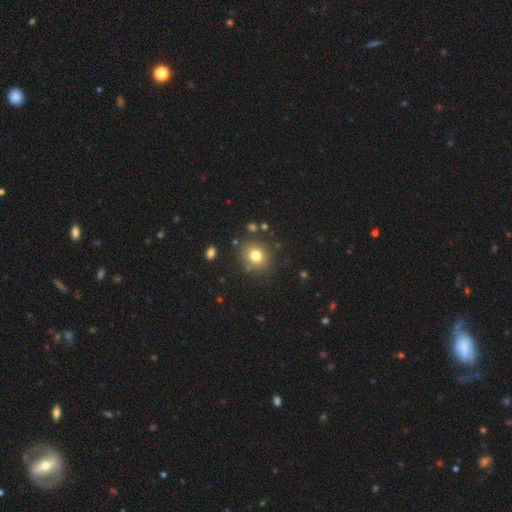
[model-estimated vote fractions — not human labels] Overall: smooth (77%). How rounded: round (72%). Merging: none (84%).